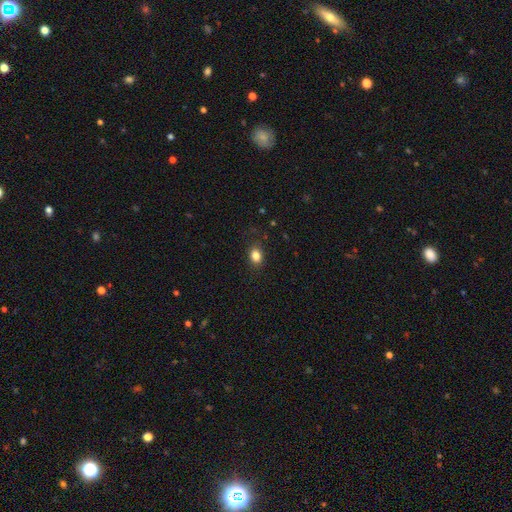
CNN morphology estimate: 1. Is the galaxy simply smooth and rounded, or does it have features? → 84% smooth, 11% star or artifact, 5% featured or disk.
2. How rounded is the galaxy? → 69% in between, 30% round, 1% cigar-shaped.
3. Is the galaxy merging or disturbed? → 83% none, 12% minor disturbance, 3% major disturbance, 1% merger.